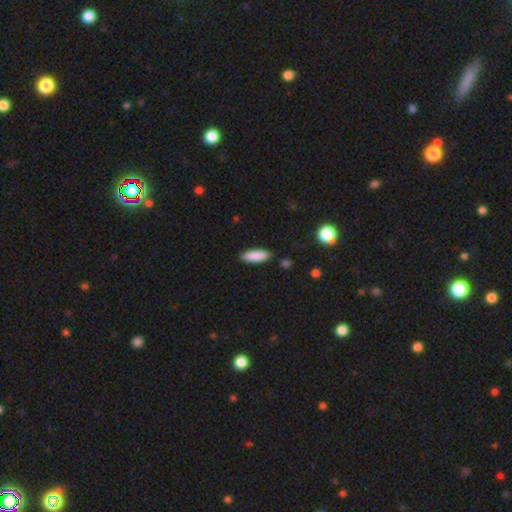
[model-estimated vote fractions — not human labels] Smooth or featured?
  - smooth: 88% *
  - star or artifact: 6%
  - featured or disk: 6%
How rounded?
  - in between: 54% *
  - cigar-shaped: 45%
  - round: 2%
Merging?
  - none: 87% *
  - minor disturbance: 10%
  - major disturbance: 2%
  - merger: 2%